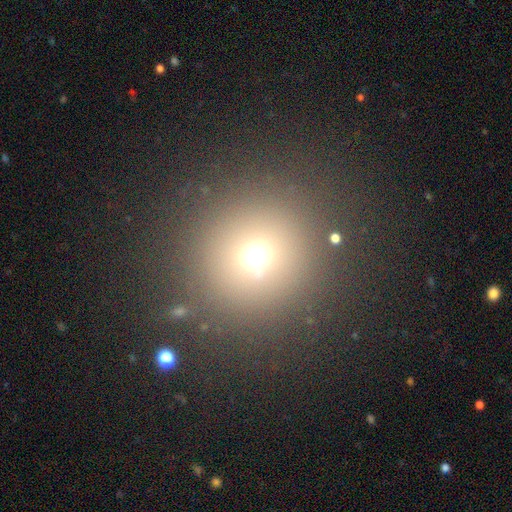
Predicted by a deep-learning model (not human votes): Overall: smooth (66%). How rounded: round (94%). Merging: none (87%).